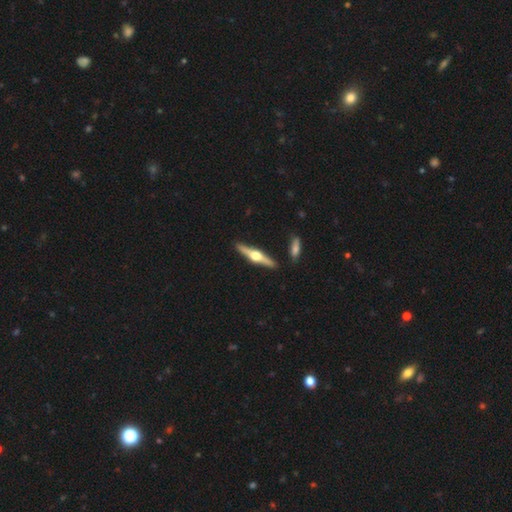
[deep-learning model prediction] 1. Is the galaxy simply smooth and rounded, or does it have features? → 77% featured or disk, 18% smooth, 5% star or artifact.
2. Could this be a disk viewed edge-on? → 98% yes, 2% no.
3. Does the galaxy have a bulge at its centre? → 96% rounded, 2% boxy, 1% none.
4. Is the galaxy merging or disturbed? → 88% none, 7% minor disturbance, 3% merger, 2% major disturbance.